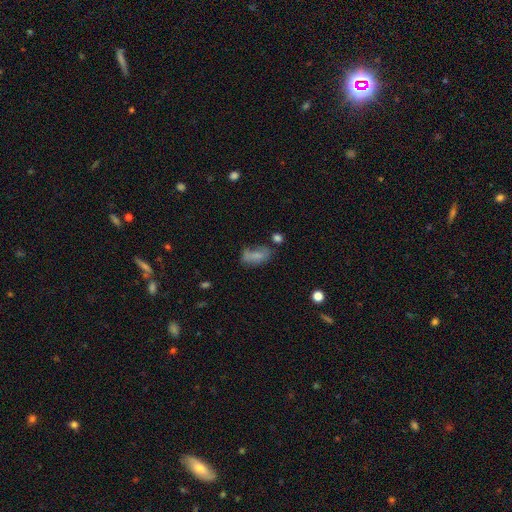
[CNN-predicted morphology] Overall: smooth (70%). How rounded: in between (85%). Merging: none (41%; minor disturbance 28%).